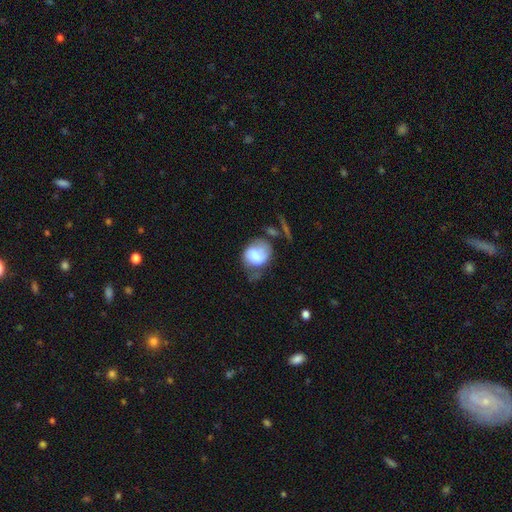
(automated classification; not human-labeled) This is possibly a smooth galaxy (58%). How rounded: possibly round (55%). Merging: marginally none (34%).